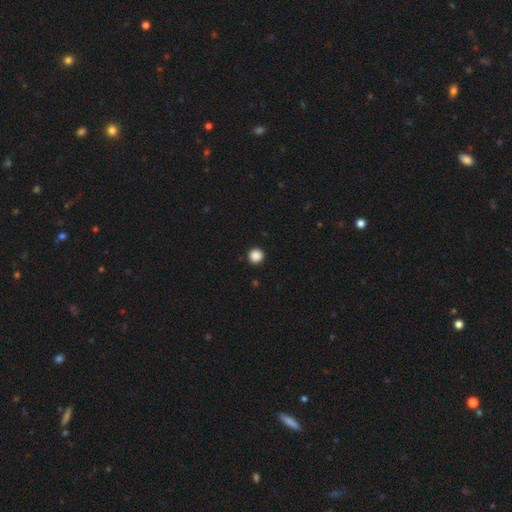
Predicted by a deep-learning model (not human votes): Smooth or featured?
  - smooth: 88% *
  - star or artifact: 10%
  - featured or disk: 2%
How rounded?
  - round: 96% *
  - in between: 3%
  - cigar-shaped: 1%
Merging?
  - none: 93% *
  - minor disturbance: 4%
  - major disturbance: 2%
  - merger: 1%